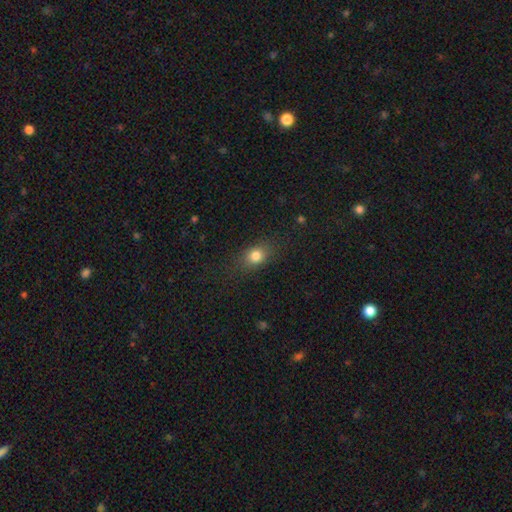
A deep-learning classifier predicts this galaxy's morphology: Smooth or featured: smooth — 79% (star or artifact — 12%)
How rounded: in between — 57% (round — 40%)
Merging: none — 81% (minor disturbance — 13%)